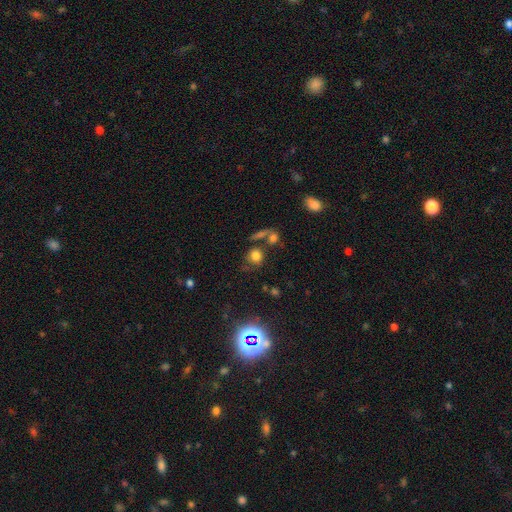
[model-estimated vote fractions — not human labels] smooth-or-featured: smooth: 76% | star or artifact: 14% | featured or disk: 10%
  how-rounded: round: 78% | in between: 20% | cigar-shaped: 2%
  merging: none: 62% | merger: 16% | minor disturbance: 14% | major disturbance: 8%